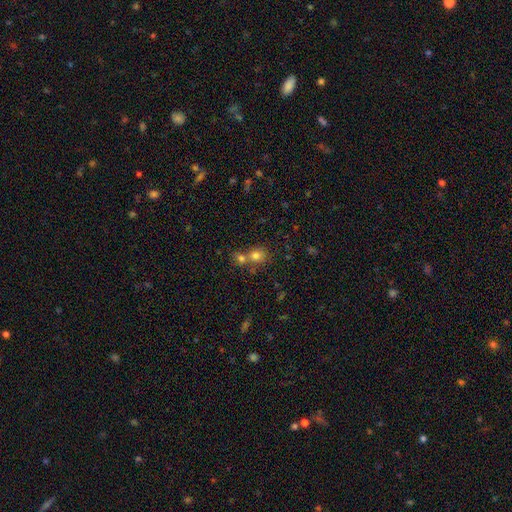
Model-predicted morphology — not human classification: Smooth or featured? Predicted: smooth (p=0.76). How rounded? Predicted: round (p=0.75). Merging? Predicted: merger (p=0.47).